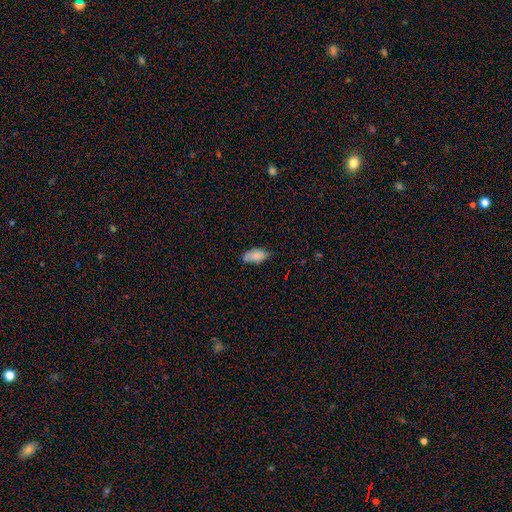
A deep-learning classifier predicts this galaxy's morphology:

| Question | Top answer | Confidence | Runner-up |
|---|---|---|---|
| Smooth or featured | smooth | 82% | featured or disk (10%) |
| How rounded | in between | 92% | cigar-shaped (5%) |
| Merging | none | 58% | minor disturbance (32%) |